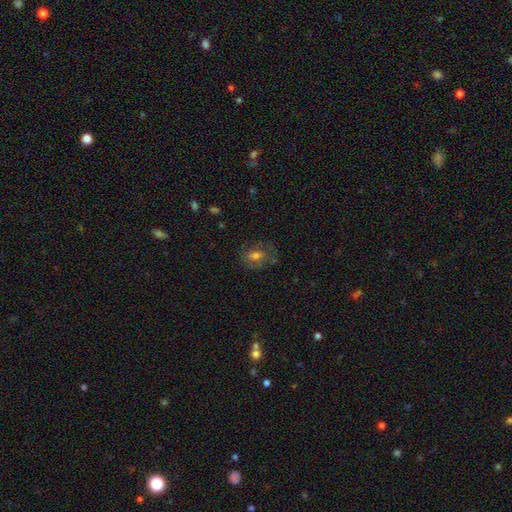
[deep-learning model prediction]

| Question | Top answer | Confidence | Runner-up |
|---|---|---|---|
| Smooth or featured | smooth | 55% | featured or disk (33%) |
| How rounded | in between | 59% | round (39%) |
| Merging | none | 63% | minor disturbance (22%) |